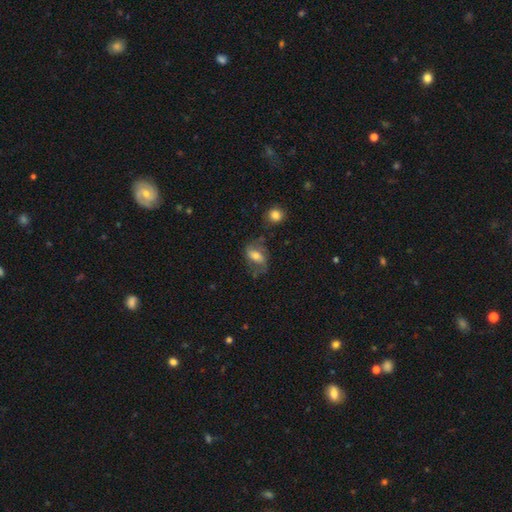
Morphology: type=smooth (51%); roundness=in between (85%); merging=none (57%).